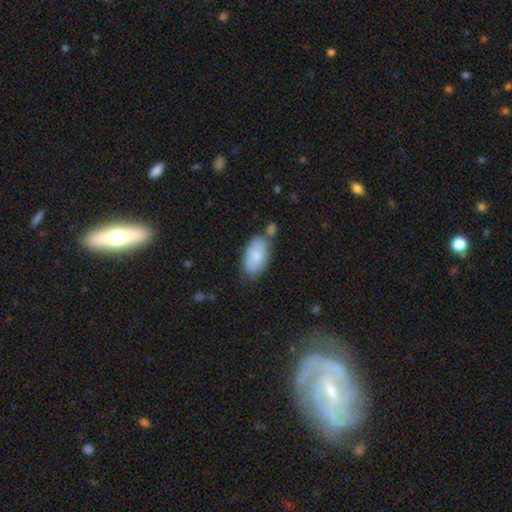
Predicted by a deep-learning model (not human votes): smooth 81%, featured or disk 13%, star or artifact 6%. Down the decision tree: how rounded — in between (94%); merging — none (64%).